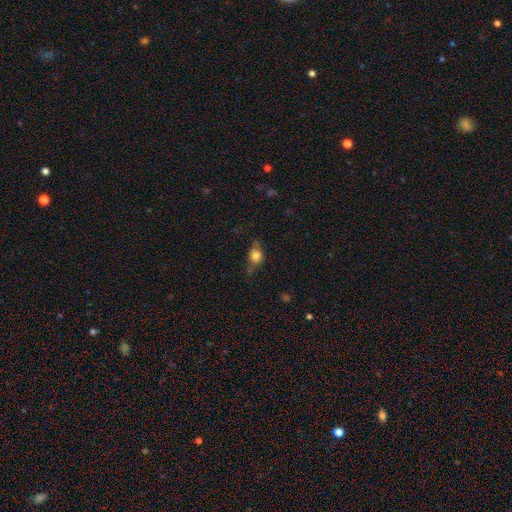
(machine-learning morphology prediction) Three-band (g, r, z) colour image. It shows a smooth galaxy with no disk features (69%) that is round (49%). Merging: none (59%).